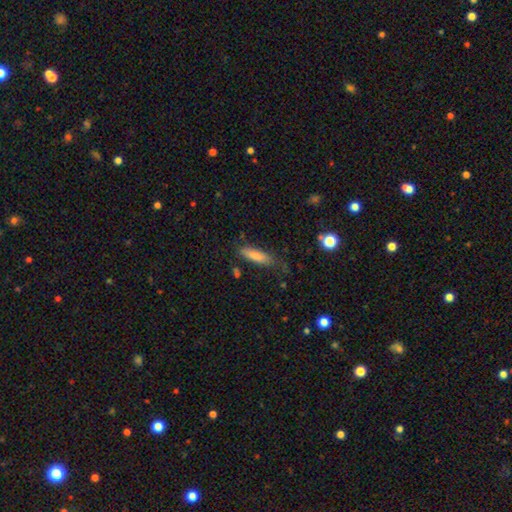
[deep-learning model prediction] Smooth or featured? smooth (81%)
How rounded? cigar-shaped (58%)
Merging? none (65%)